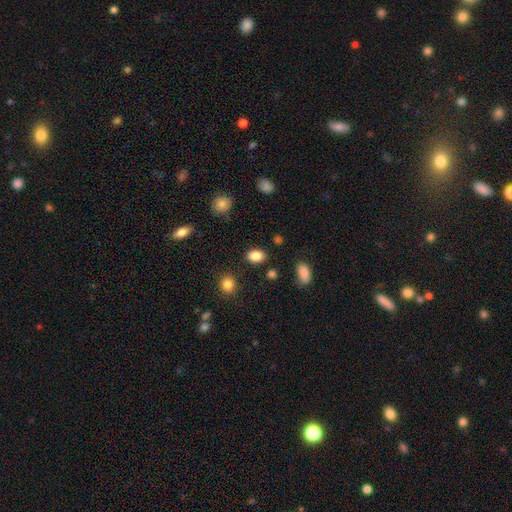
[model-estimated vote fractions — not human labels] Q: Smooth or featured?
A: smooth (86%); runner-up: star or artifact (9%)
Q: How rounded?
A: in between (75%); runner-up: round (24%)
Q: Merging?
A: none (85%); runner-up: minor disturbance (9%)